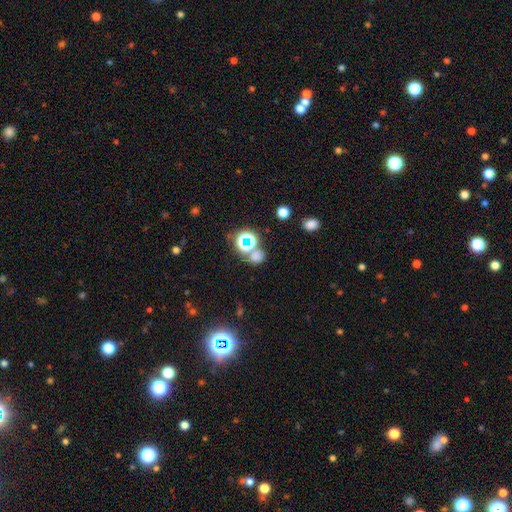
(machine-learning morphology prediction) The model was most divided on "smooth or featured": smooth: 54%, star or artifact: 38%, featured or disk: 7%. More confident: how rounded — round (73%); merging — none (61%).